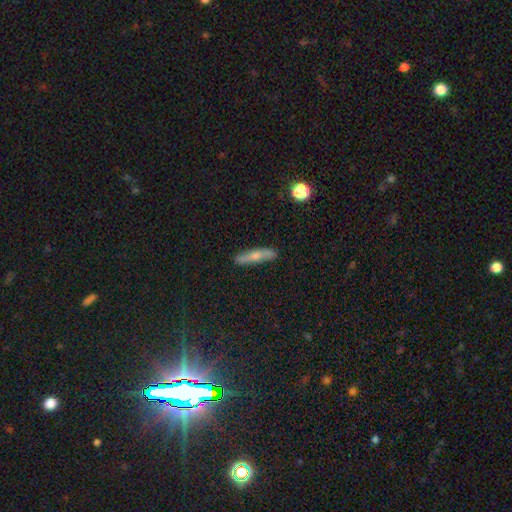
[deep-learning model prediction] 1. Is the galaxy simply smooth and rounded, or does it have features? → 57% smooth, 35% featured or disk, 8% star or artifact.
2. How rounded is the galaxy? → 83% cigar-shaped, 14% in between, 3% round.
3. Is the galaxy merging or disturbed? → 86% none, 11% minor disturbance, 2% major disturbance, 2% merger.